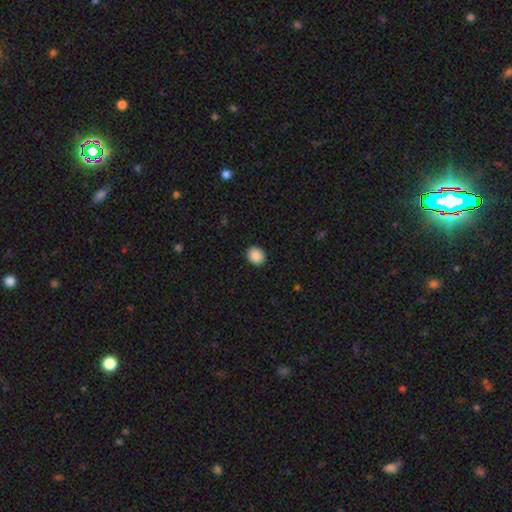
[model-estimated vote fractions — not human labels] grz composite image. It shows a smooth galaxy with no disk features (89%) that is round (67%). Merging: none (91%).